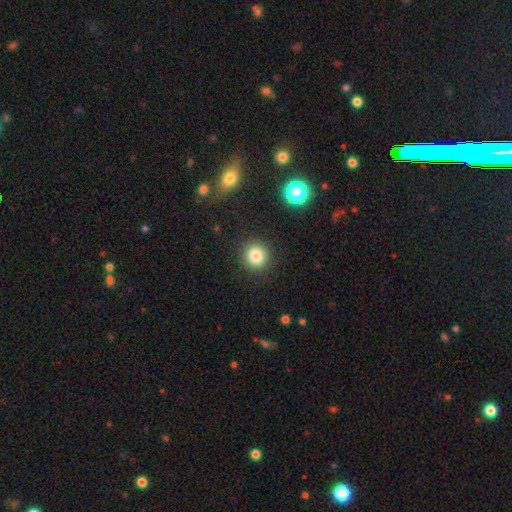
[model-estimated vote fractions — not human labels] smooth-or-featured: smooth: 82% | star or artifact: 12% | featured or disk: 6%
  how-rounded: round: 93% | in between: 6% | cigar-shaped: 1%
  merging: none: 90% | minor disturbance: 6% | major disturbance: 2% | merger: 1%